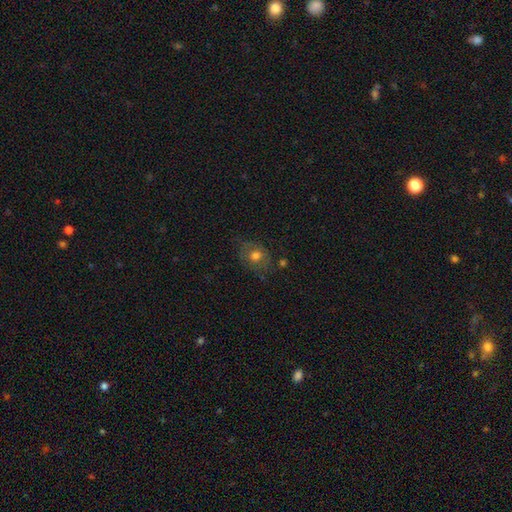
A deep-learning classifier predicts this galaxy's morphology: A smooth galaxy with no disk features (62%) that is round (56%).

Vote fractions:
- Smooth or featured? smooth: 62% / featured or disk: 28% / star or artifact: 10%
- How rounded? round: 56% / in between: 43% / cigar-shaped: 1%
- Merging? none: 66% / minor disturbance: 21% / major disturbance: 10% / merger: 3%